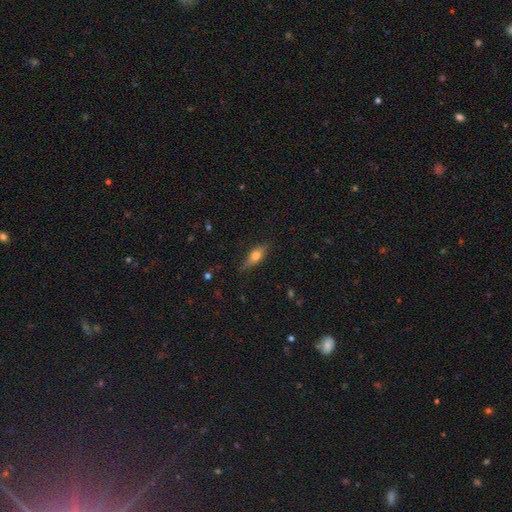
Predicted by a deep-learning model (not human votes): Overall: smooth (53%; featured or disk 38%). How rounded: in between (59%; cigar-shaped 35%). Merging: none (75%).